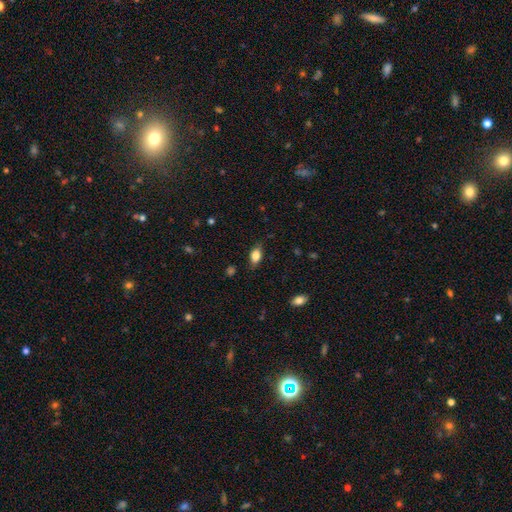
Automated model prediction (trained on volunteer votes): smooth 82%, featured or disk 10%, star or artifact 8%. Down the decision tree: how rounded — in between (87%); merging — none (80%).